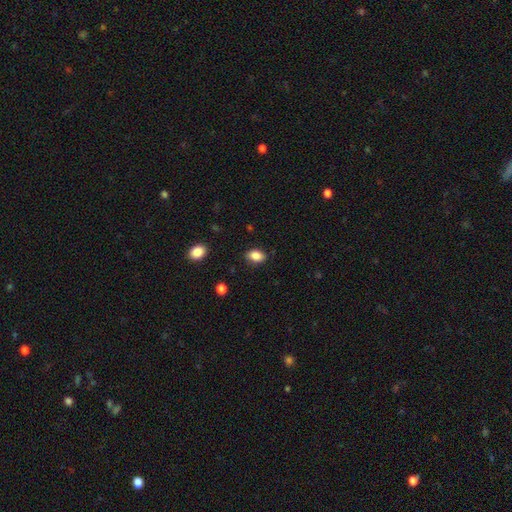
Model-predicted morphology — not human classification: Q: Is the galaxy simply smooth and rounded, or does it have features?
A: smooth — 87%.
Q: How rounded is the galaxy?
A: in between — 84%.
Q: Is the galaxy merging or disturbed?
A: none — 84%.